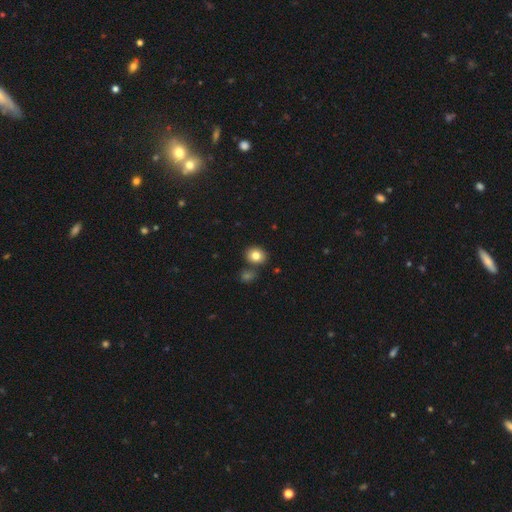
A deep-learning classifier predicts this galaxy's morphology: This is clearly a smooth galaxy (82%). How rounded: likely round (65%). Merging: likely none (77%).